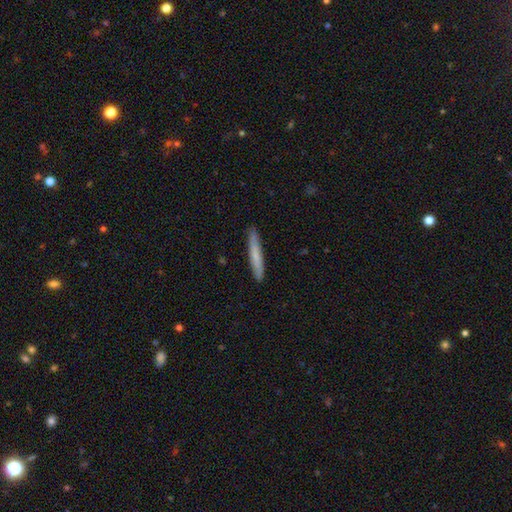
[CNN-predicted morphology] Smooth or featured? smooth (67%)
How rounded? cigar-shaped (96%)
Merging? none (90%)